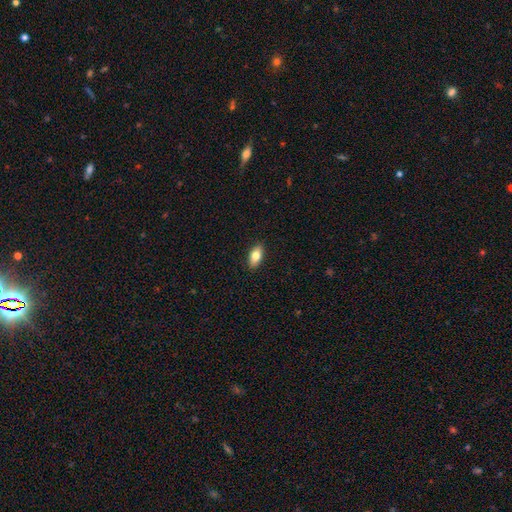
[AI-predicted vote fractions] Morphology: type=smooth (78%); roundness=in between (88%); merging=none (90%).